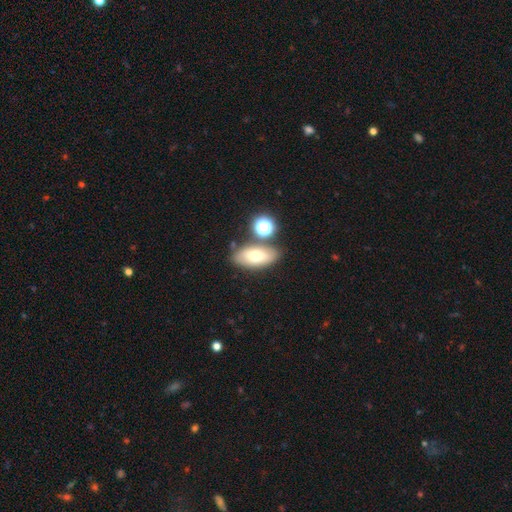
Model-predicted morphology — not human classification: smooth 64%, featured or disk 25%, star or artifact 11%. Down the decision tree: how rounded — in between (85%); merging — none (71%).